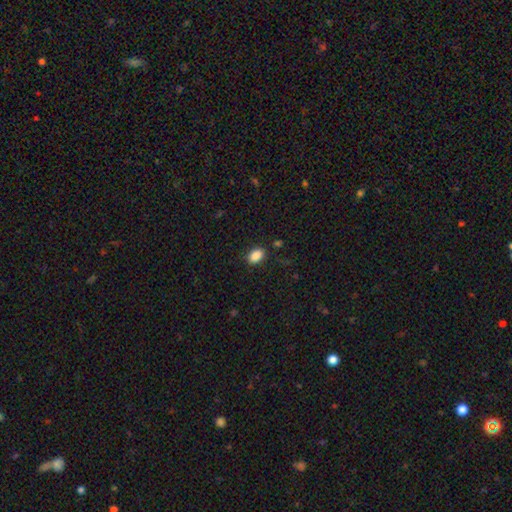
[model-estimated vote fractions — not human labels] Smooth or featured: smooth — 88% (star or artifact — 9%)
How rounded: in between — 88% (round — 11%)
Merging: none — 85% (minor disturbance — 11%)